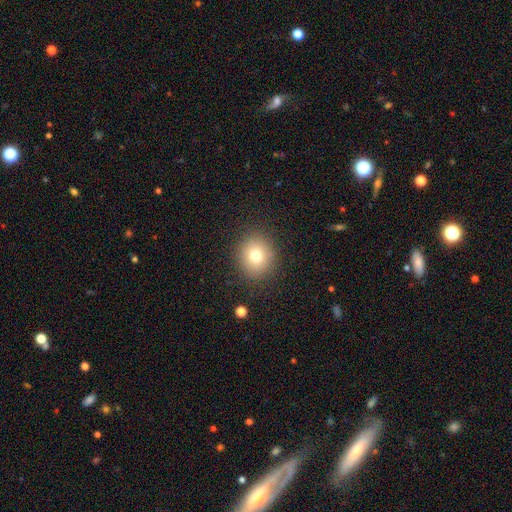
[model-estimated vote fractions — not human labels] smooth-or-featured: smooth: 75% | star or artifact: 13% | featured or disk: 12%
  how-rounded: round: 80% | in between: 19% | cigar-shaped: 1%
  merging: none: 88% | minor disturbance: 8% | major disturbance: 3% | merger: 1%